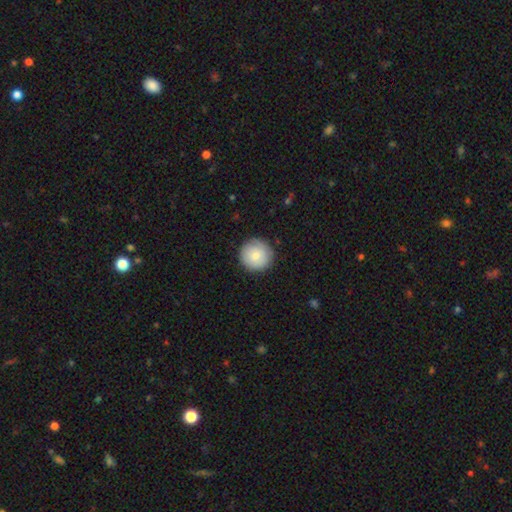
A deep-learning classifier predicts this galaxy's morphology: This is clearly a smooth galaxy (81%). How rounded: clearly round (96%). Merging: clearly none (88%).